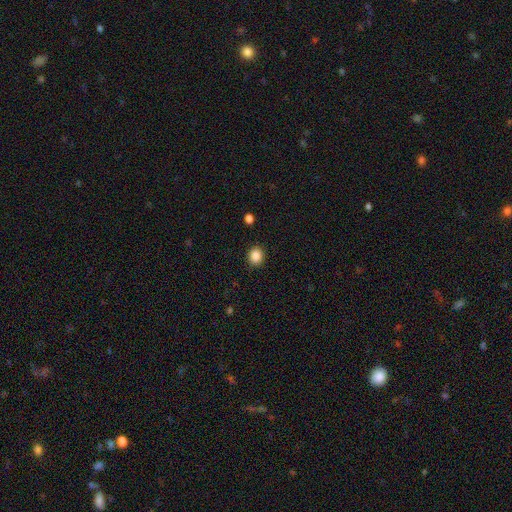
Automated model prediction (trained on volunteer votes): Smooth or featured: smooth — 87% (star or artifact — 10%)
How rounded: round — 75% (in between — 25%)
Merging: none — 90% (minor disturbance — 6%)